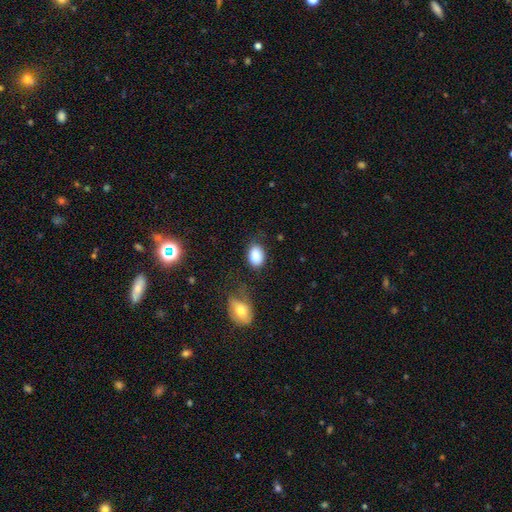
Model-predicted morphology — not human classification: smooth_or_featured: smooth (p=0.86) [alt: star or artifact p=0.08]
how_rounded: in between (p=0.83) [alt: round p=0.16]
merging: none (p=0.71) [alt: minor disturbance p=0.18]